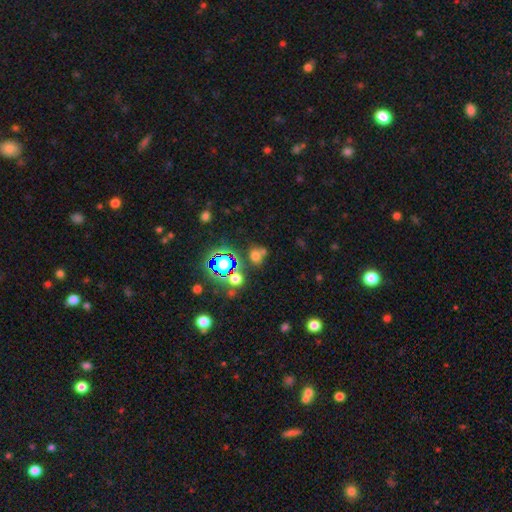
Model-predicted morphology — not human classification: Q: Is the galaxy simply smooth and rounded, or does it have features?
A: smooth — 55%.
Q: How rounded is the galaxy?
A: round — 61%.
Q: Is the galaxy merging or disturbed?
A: none — 57%.